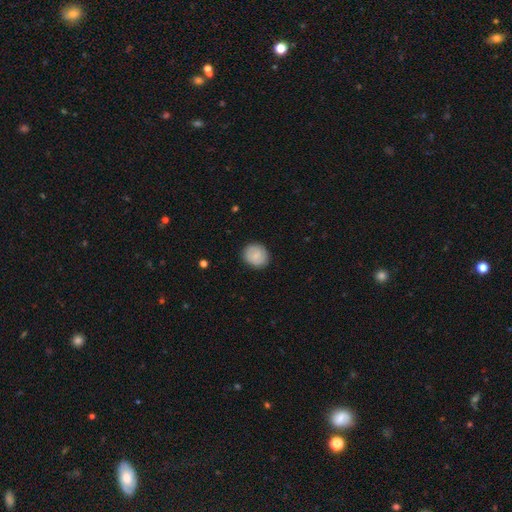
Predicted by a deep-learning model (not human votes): Q: Smooth or featured?
A: smooth (81%); runner-up: featured or disk (12%)
Q: How rounded?
A: round (81%); runner-up: in between (18%)
Q: Merging?
A: none (87%); runner-up: minor disturbance (9%)